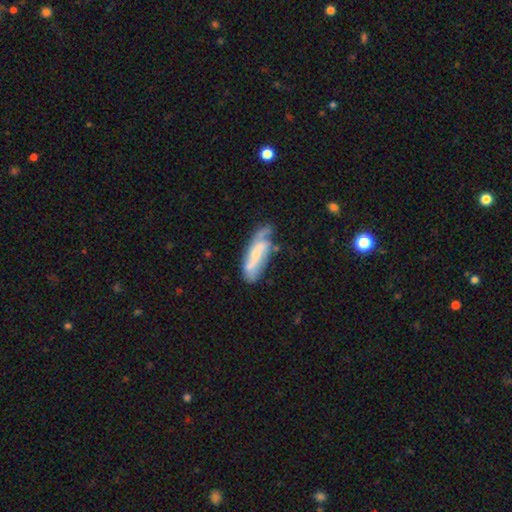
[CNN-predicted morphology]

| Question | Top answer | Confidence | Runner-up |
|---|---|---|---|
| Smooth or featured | featured or disk | 62% | smooth (31%) |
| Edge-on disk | no | 81% | yes (19%) |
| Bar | no | 51% | weak (31%) |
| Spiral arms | yes | 78% | no (22%) |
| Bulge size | small | 57% | moderate (32%) |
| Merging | none | 45% | minor disturbance (30%) |